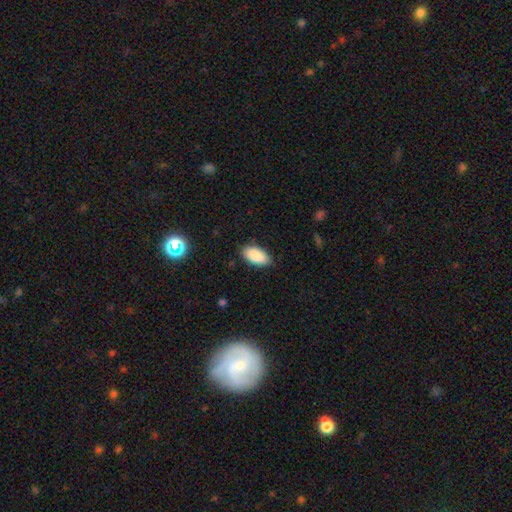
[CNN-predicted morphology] smooth-or-featured: smooth: 89% | star or artifact: 7% | featured or disk: 4%
  how-rounded: in between: 95% | cigar-shaped: 3% | round: 2%
  merging: none: 85% | minor disturbance: 11% | major disturbance: 2% | merger: 1%